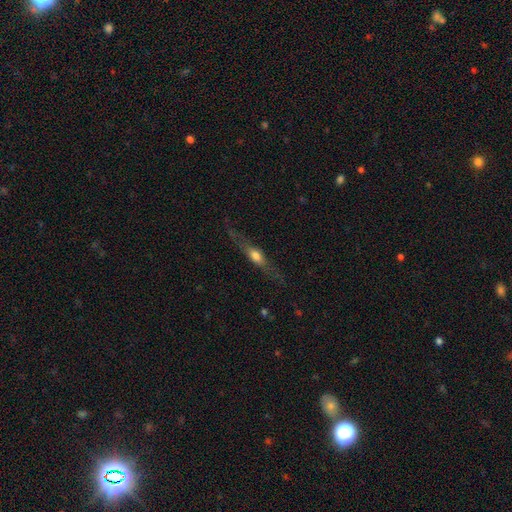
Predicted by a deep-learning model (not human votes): featured or disk 58%, smooth 34%, star or artifact 7%. Down the decision tree: edge-on disk — yes (88%); edge-on bulge — rounded (86%); merging — none (75%).